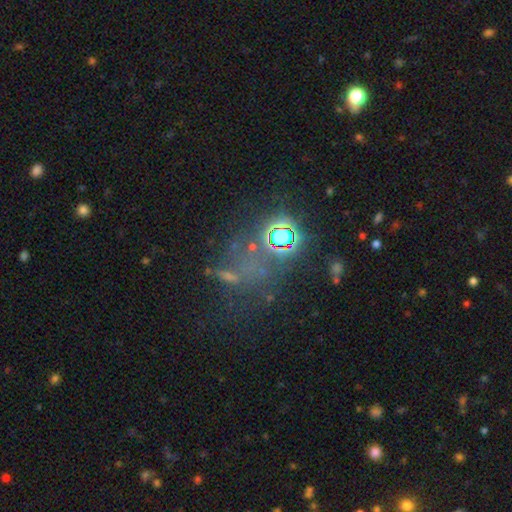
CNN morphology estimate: smooth_or_featured: star or artifact (p=0.56) [alt: smooth p=0.24]